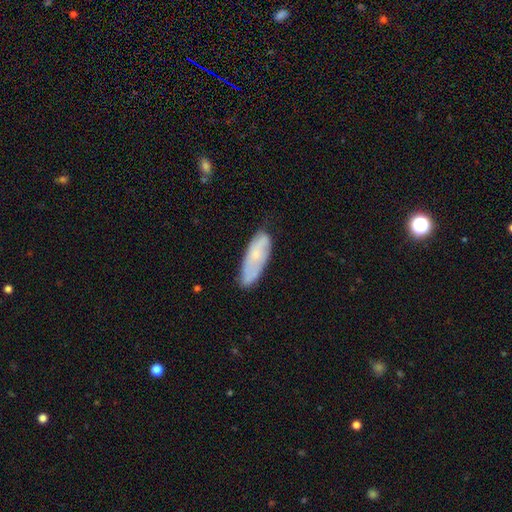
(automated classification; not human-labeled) A smooth galaxy with no disk features (55%) that is in between round and cigar-shaped (60%).

Vote fractions:
- Smooth or featured? smooth: 55% / featured or disk: 37% / star or artifact: 8%
- How rounded? in between: 60% / cigar-shaped: 38% / round: 2%
- Merging? none: 66% / minor disturbance: 26% / major disturbance: 6% / merger: 2%